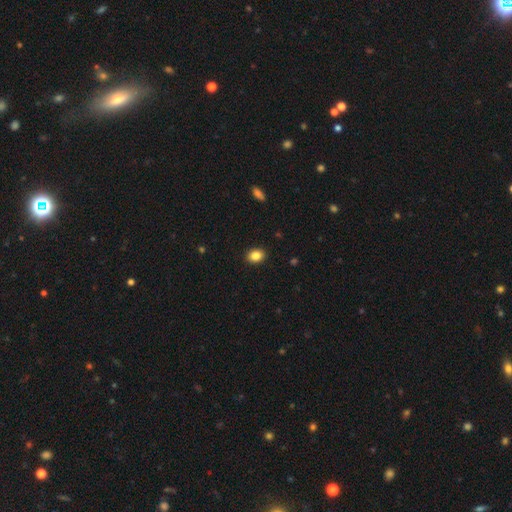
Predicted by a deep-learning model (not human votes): Smooth or featured: smooth — 86% (star or artifact — 9%)
How rounded: in between — 63% (round — 36%)
Merging: none — 91% (minor disturbance — 6%)